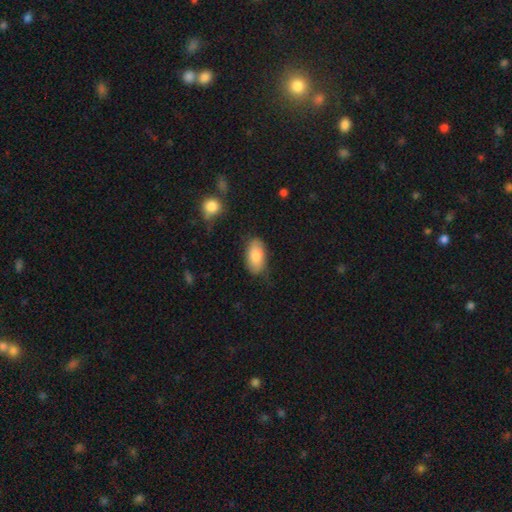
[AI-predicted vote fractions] smooth_or_featured: smooth (p=0.81) [alt: featured or disk p=0.12]
how_rounded: in between (p=0.94) [alt: round p=0.04]
merging: none (p=0.71) [alt: minor disturbance p=0.22]